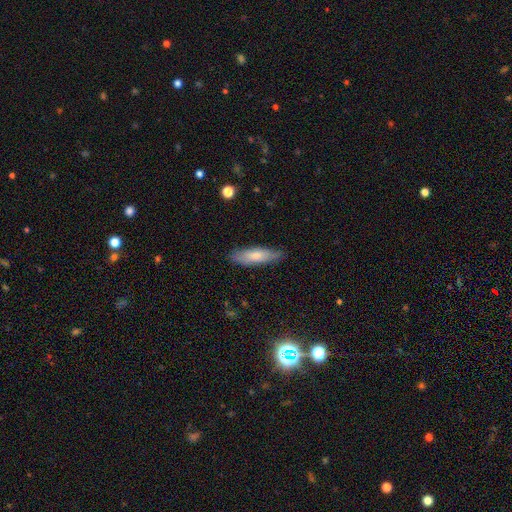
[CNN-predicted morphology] This appears to be a smooth galaxy with no disk features (72%) that is cigar-shaped (57%). Merging: none (77%).